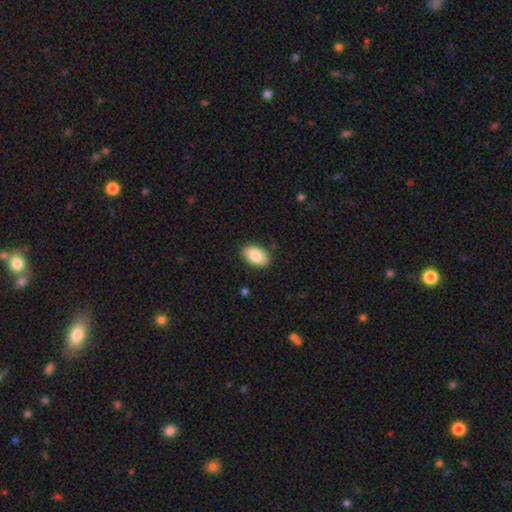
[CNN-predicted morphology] A smooth galaxy with no disk features (85%) that is in between round and cigar-shaped (92%).

Vote fractions:
- Smooth or featured? smooth: 85% / featured or disk: 9% / star or artifact: 6%
- How rounded? in between: 92% / round: 6% / cigar-shaped: 1%
- Merging? none: 87% / minor disturbance: 10% / major disturbance: 2% / merger: 1%